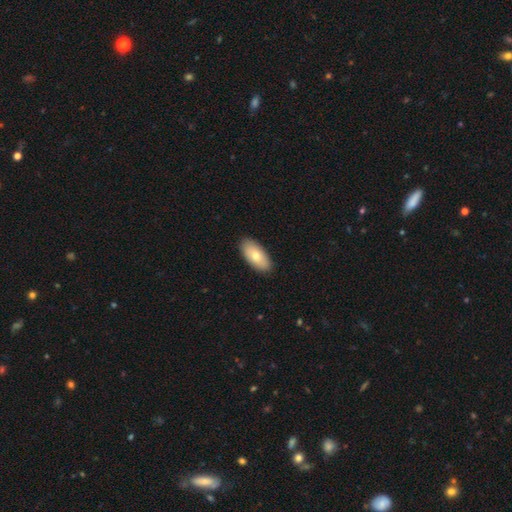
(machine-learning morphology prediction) This appears to be a smooth galaxy with no disk features (73%) that is in between round and cigar-shaped (91%). Merging: none (89%).